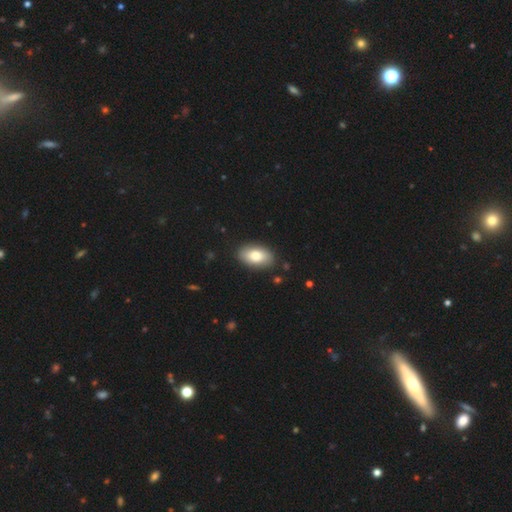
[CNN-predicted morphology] Overall: smooth (80%). How rounded: in between (93%). Merging: none (87%).